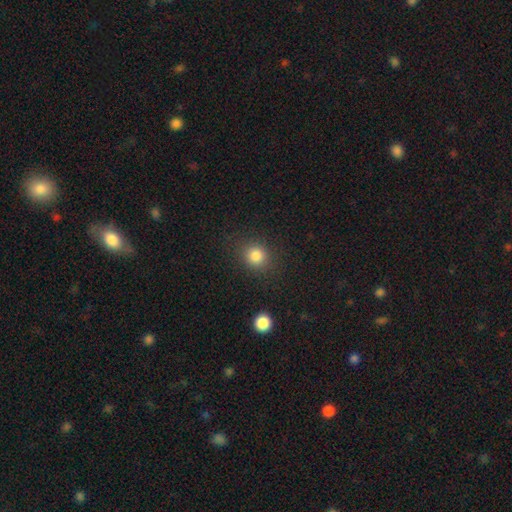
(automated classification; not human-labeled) Q: Smooth or featured?
A: smooth (84%); runner-up: star or artifact (11%)
Q: How rounded?
A: round (83%); runner-up: in between (16%)
Q: Merging?
A: none (85%); runner-up: minor disturbance (9%)